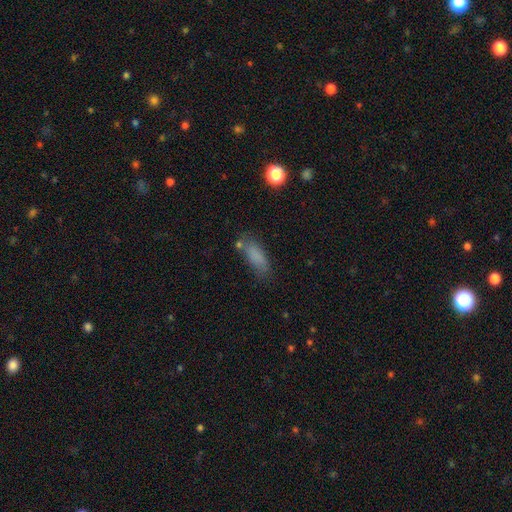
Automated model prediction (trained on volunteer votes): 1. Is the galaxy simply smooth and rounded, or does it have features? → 79% smooth, 11% star or artifact, 10% featured or disk.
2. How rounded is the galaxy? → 73% in between, 24% cigar-shaped, 3% round.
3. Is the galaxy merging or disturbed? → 65% none, 21% minor disturbance, 8% major disturbance, 6% merger.